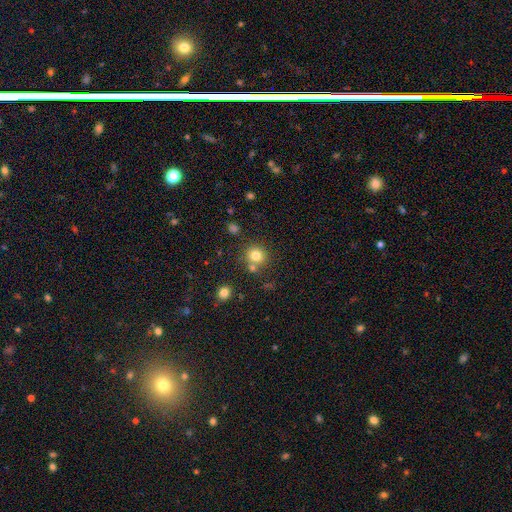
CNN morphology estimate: Smooth or featured? smooth (80%)
How rounded? round (90%)
Merging? none (72%)